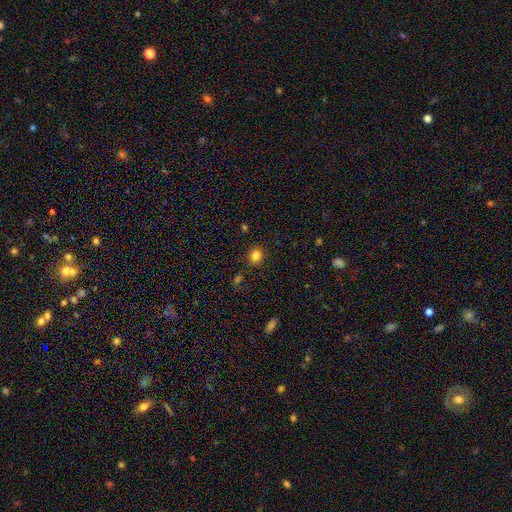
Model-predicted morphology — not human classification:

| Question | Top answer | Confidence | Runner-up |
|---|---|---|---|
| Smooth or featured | smooth | 83% | star or artifact (13%) |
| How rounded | round | 80% | in between (19%) |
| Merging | none | 84% | minor disturbance (10%) |